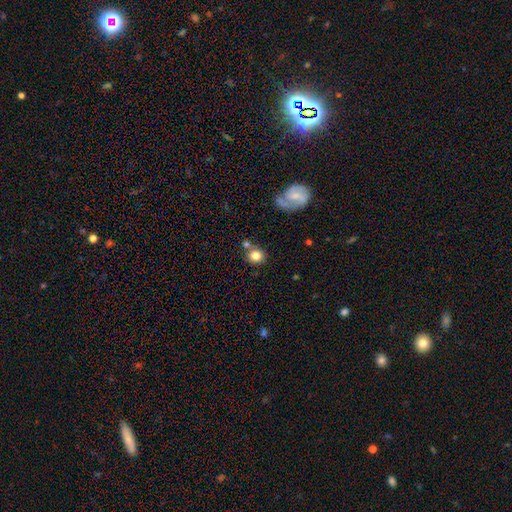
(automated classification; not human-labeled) Smooth or featured: smooth — 77% (featured or disk — 13%)
How rounded: round — 79% (in between — 20%)
Merging: none — 61% (merger — 21%)